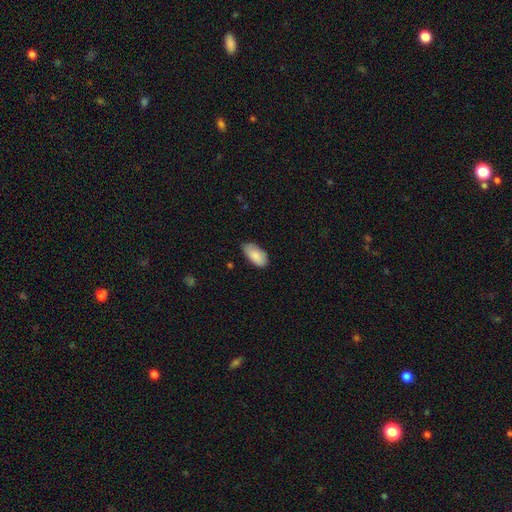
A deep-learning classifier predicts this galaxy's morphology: Q: Smooth or featured?
A: smooth (88%); runner-up: star or artifact (6%)
Q: How rounded?
A: in between (94%); runner-up: cigar-shaped (3%)
Q: Merging?
A: none (70%); runner-up: minor disturbance (26%)